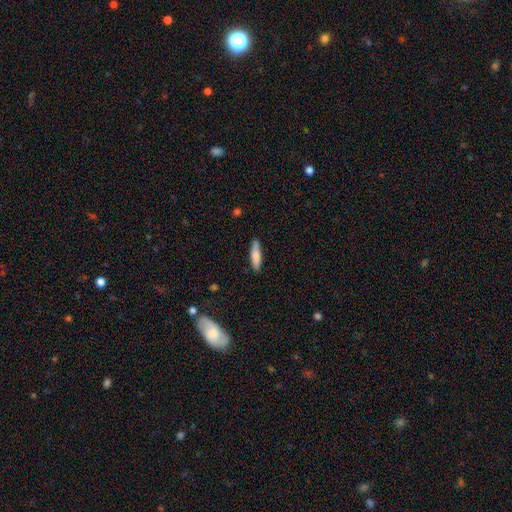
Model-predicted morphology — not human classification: The model was most divided on "how rounded": cigar-shaped: 73%, in between: 25%, round: 1%. More confident: merging — none (84%); smooth or featured — smooth (79%).